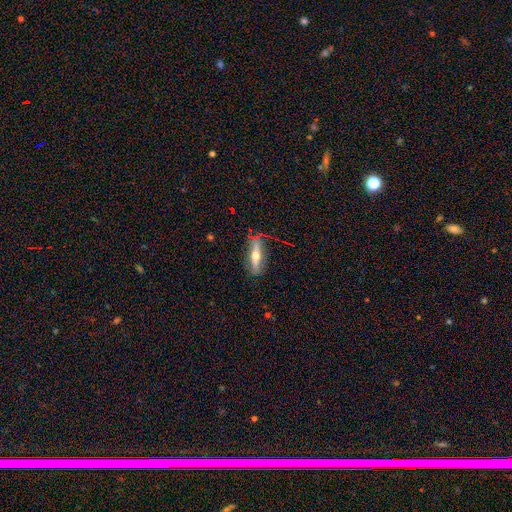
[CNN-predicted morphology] type=featured or disk (57%); edge-on=yes (82%); merging=none (74%).